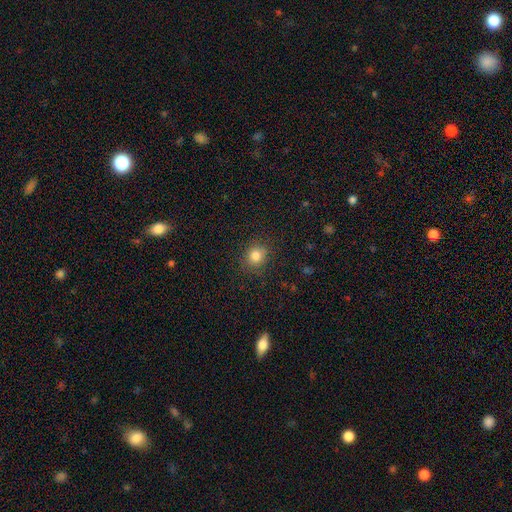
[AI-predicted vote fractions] Overall: smooth (83%). How rounded: round (80%). Merging: none (87%).